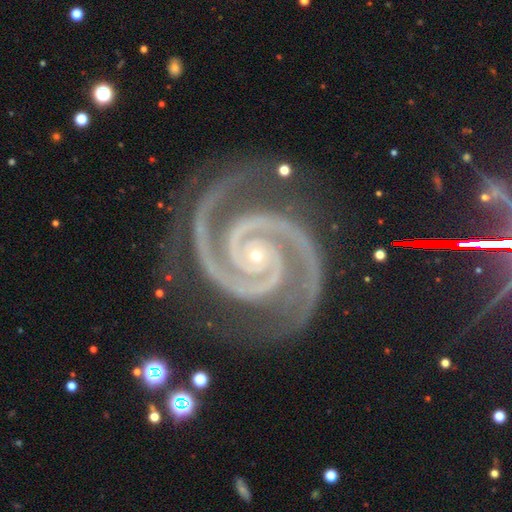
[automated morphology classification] smooth_or_featured: featured or disk (p=0.95) [alt: star or artifact p=0.04]
disk_edge_on: no (p=0.98) [alt: yes p=0.02]
bar: no (p=0.71) [alt: weak p=0.15]
has_spiral_arms: yes (p=0.99) [alt: no p=0.01]
spiral_winding: tight (p=0.79) [alt: medium p=0.19]
spiral_arm_count: 2 (p=0.92) [alt: 3 p=0.03]
bulge_size: small (p=0.86) [alt: moderate p=0.10]
merging: none (p=0.79) [alt: minor disturbance p=0.14]